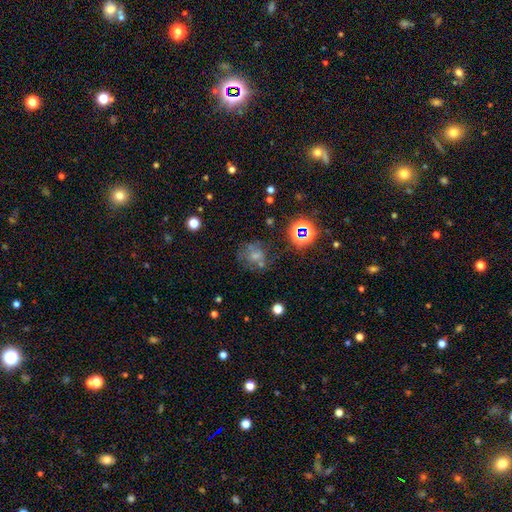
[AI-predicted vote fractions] smooth-or-featured: smooth: 46% | star or artifact: 28% | featured or disk: 26%
  merging: none: 51% | minor disturbance: 21% | major disturbance: 18% | merger: 10%